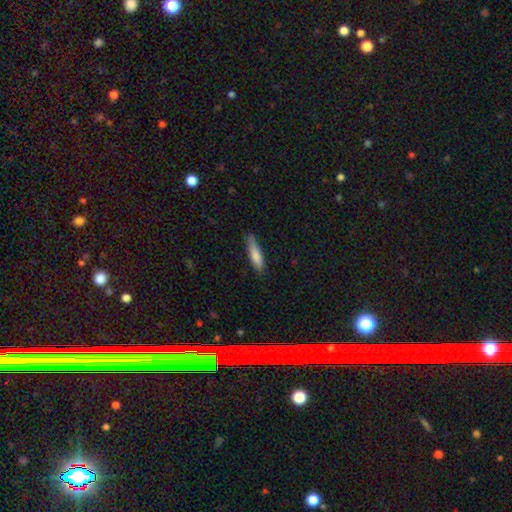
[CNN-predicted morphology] smooth-or-featured: smooth: 80% | featured or disk: 14% | star or artifact: 6%
  how-rounded: cigar-shaped: 75% | in between: 24% | round: 1%
  merging: none: 75% | minor disturbance: 20% | major disturbance: 3% | merger: 1%